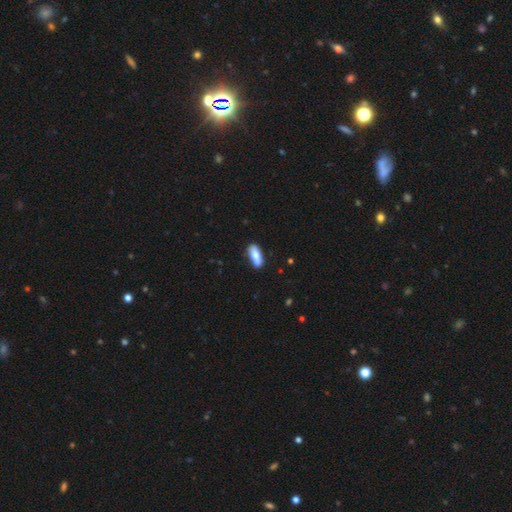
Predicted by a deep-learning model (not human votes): A smooth galaxy with no disk features (76%) that is in between round and cigar-shaped (72%).

Vote fractions:
- Smooth or featured? smooth: 76% / featured or disk: 18% / star or artifact: 6%
- How rounded? in between: 72% / cigar-shaped: 25% / round: 3%
- Merging? none: 74% / minor disturbance: 19% / major disturbance: 4% / merger: 4%